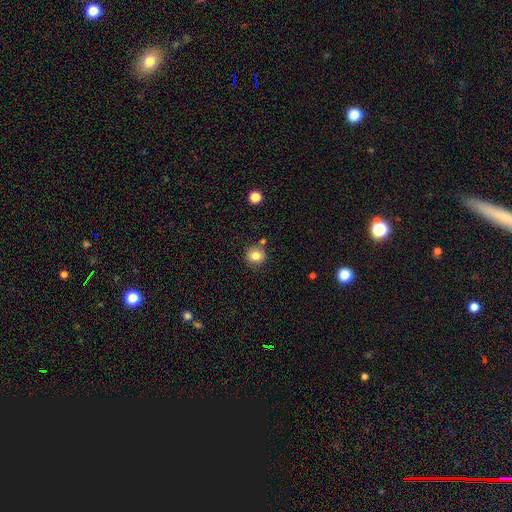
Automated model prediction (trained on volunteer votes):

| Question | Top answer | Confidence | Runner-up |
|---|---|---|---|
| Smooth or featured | smooth | 81% | star or artifact (11%) |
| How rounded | round | 91% | in between (8%) |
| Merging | none | 83% | minor disturbance (9%) |